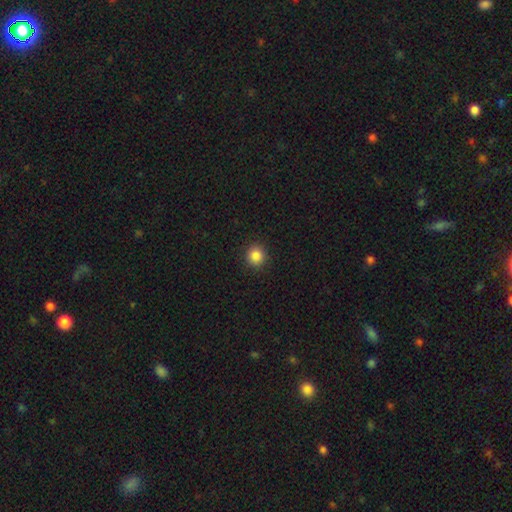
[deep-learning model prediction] Smooth or featured? Predicted: smooth (p=0.86). How rounded? Predicted: round (p=0.92). Merging? Predicted: none (p=0.92).